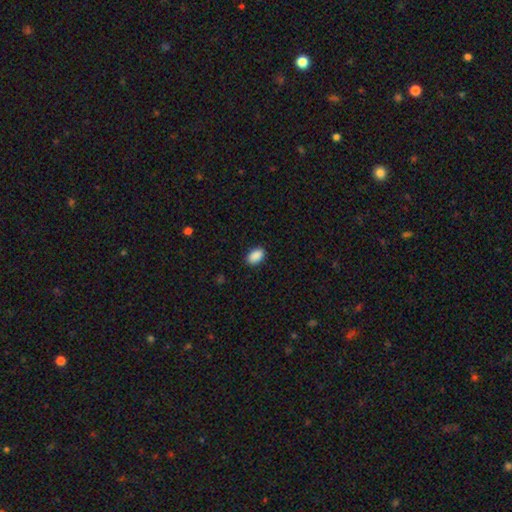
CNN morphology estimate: Q: Smooth or featured?
A: smooth (90%); runner-up: star or artifact (7%)
Q: How rounded?
A: in between (91%); runner-up: round (8%)
Q: Merging?
A: none (89%); runner-up: minor disturbance (8%)